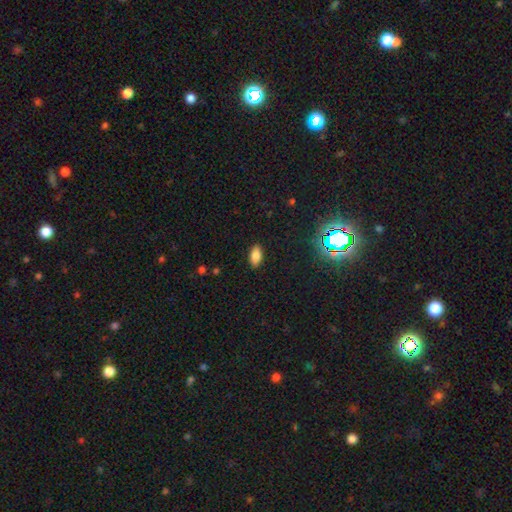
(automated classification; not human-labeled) smooth_or_featured: smooth (p=0.82) [alt: star or artifact p=0.11]
how_rounded: in between (p=0.91) [alt: cigar-shaped p=0.06]
merging: none (p=0.88) [alt: minor disturbance p=0.09]